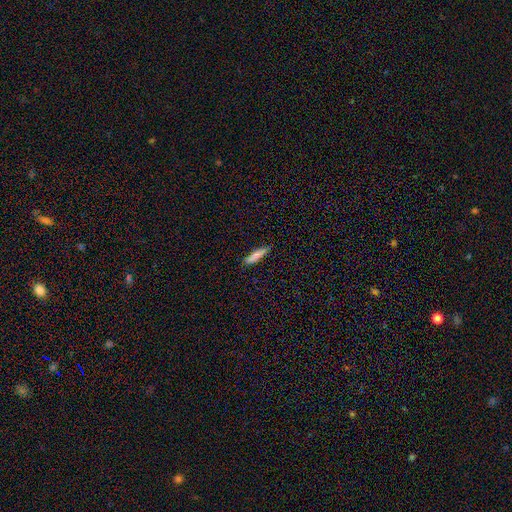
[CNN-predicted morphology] Overall: smooth (73%). How rounded: cigar-shaped (79%). Merging: none (87%).